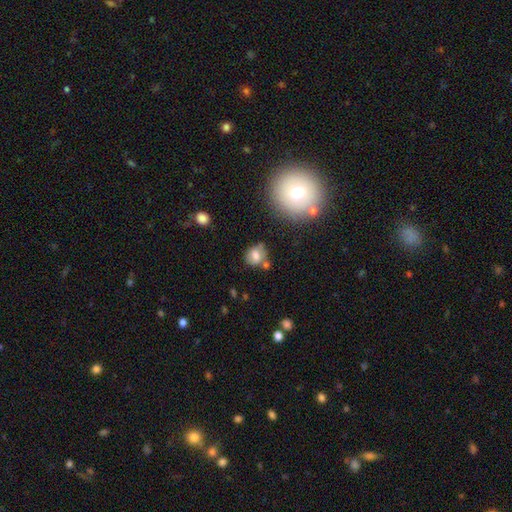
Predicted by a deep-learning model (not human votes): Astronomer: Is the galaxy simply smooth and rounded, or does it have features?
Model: smooth — 70%.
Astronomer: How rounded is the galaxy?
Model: round — 65%.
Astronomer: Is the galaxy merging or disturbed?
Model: none — 56%.